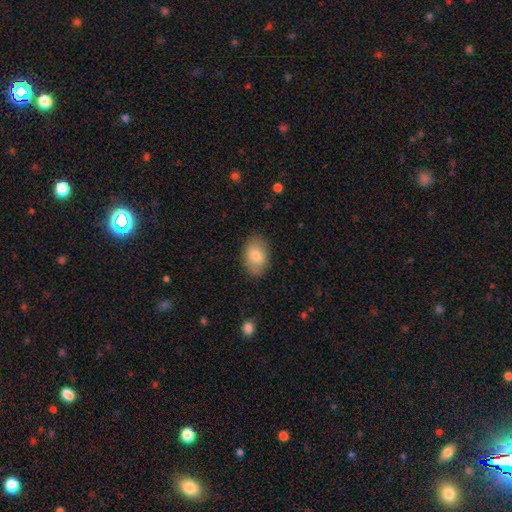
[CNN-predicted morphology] Smooth or featured? smooth (78%)
How rounded? in between (86%)
Merging? none (84%)